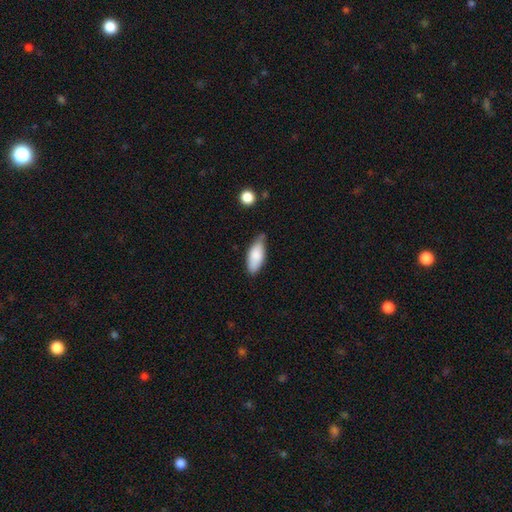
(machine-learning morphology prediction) type=smooth (82%); roundness=in between (81%); merging=none (54%).